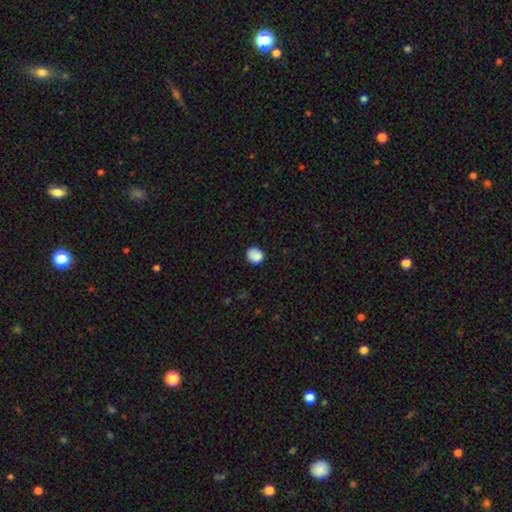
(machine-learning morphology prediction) The model was most divided on "how rounded": round: 73%, in between: 26%, cigar-shaped: 1%. More confident: smooth or featured — smooth (87%); merging — none (80%).